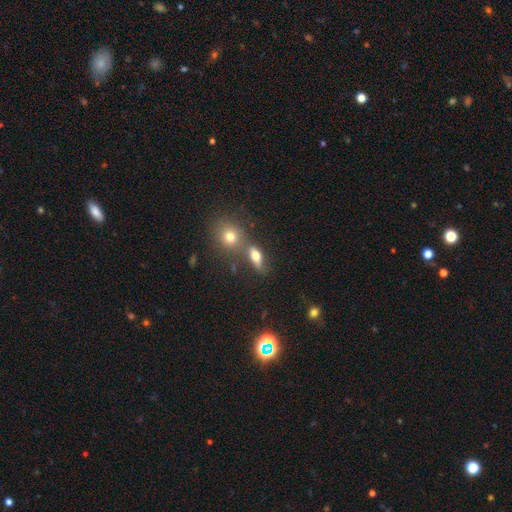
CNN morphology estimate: Q: Smooth or featured?
A: smooth (68%); runner-up: featured or disk (19%)
Q: How rounded?
A: in between (65%); runner-up: cigar-shaped (20%)
Q: Merging?
A: none (52%); runner-up: merger (27%)